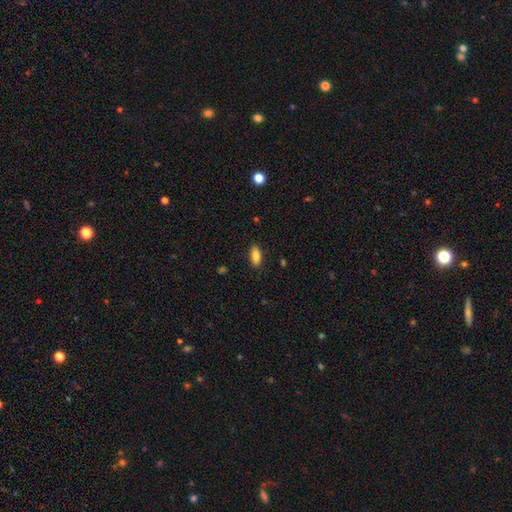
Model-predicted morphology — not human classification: This appears to be a smooth galaxy with no disk features (83%) that is in between round and cigar-shaped (83%). Merging: none (87%).